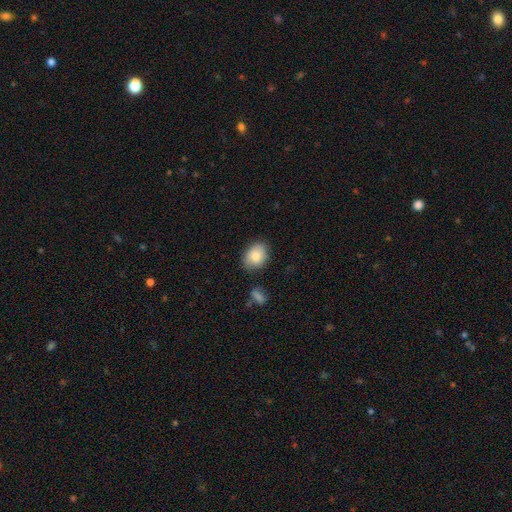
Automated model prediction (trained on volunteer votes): Smooth or featured: smooth — 85% (featured or disk — 8%)
How rounded: in between — 68% (round — 31%)
Merging: none — 78% (minor disturbance — 16%)